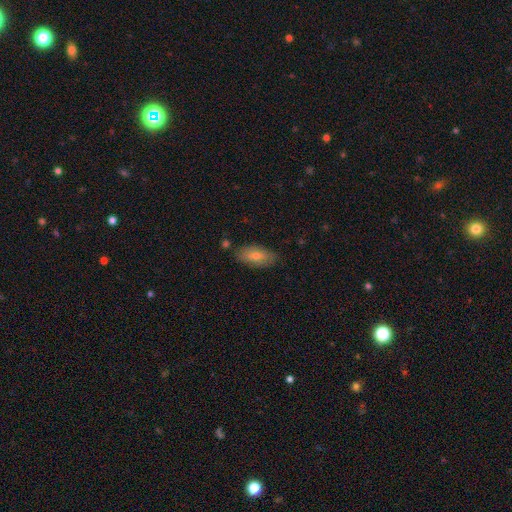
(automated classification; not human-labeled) Smooth or featured? Predicted: smooth (p=0.70). How rounded? Predicted: in between (p=0.85). Merging? Predicted: none (p=0.83).